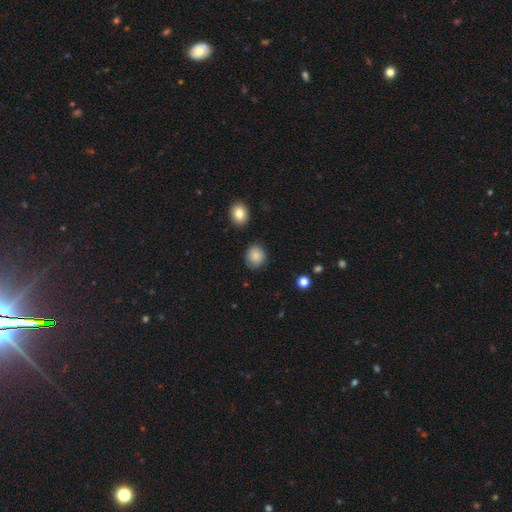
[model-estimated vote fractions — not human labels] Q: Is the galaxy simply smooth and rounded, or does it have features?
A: smooth — 85%.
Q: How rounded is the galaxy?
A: round — 80%.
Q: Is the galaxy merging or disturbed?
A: none — 83%.